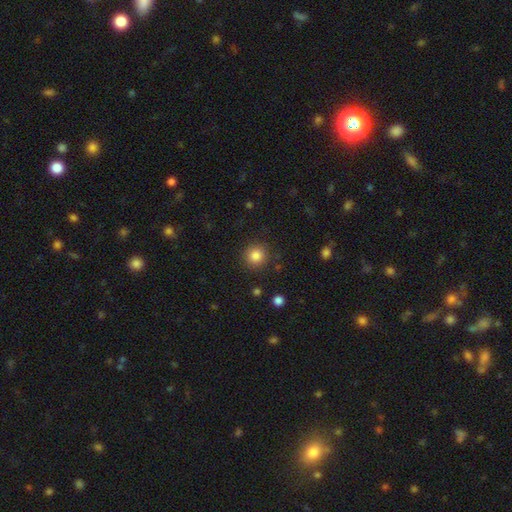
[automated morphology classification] smooth 84%, star or artifact 11%, featured or disk 5%. Down the decision tree: how rounded — round (91%); merging — none (88%).